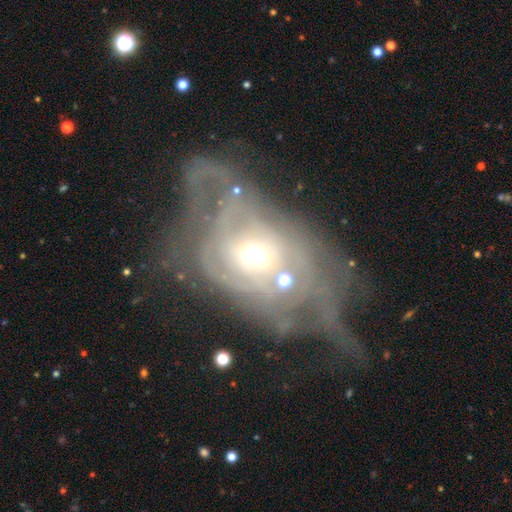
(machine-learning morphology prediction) This is likely a featured or disk galaxy (72%). It is clearly not viewed edge-on (94%). Bar: likely no (78%). Spiral arm pattern: possibly yes (51%). Central bulge: likely moderate (68%). Merging: possibly major disturbance (58%).